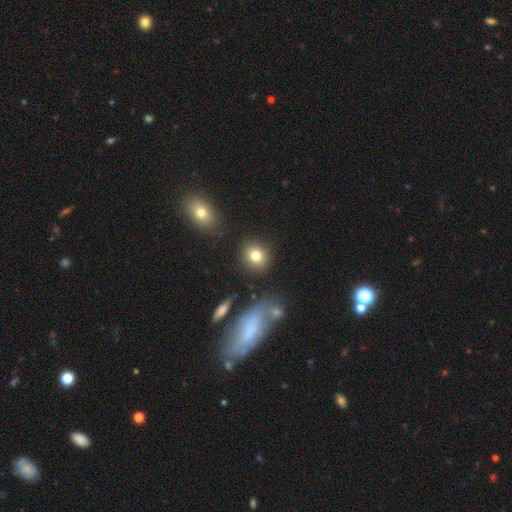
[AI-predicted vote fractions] Morphology: type=smooth (80%); roundness=round (72%); merging=none (84%).